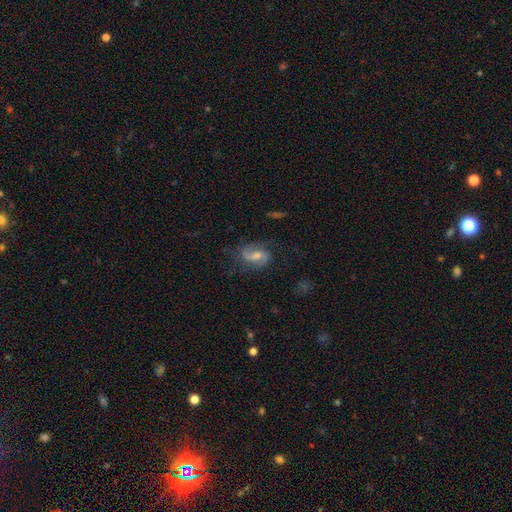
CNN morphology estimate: Overall: featured or disk (78%). Edge-on disk: no (97%). Bar: weak (51%; no 30%). Spiral arms: yes (95%). Spiral arm count: 2 (90%). Spiral winding: loose (45%; medium 44%). Bulge size: moderate (51%; small 30%). Merging: none (70%).